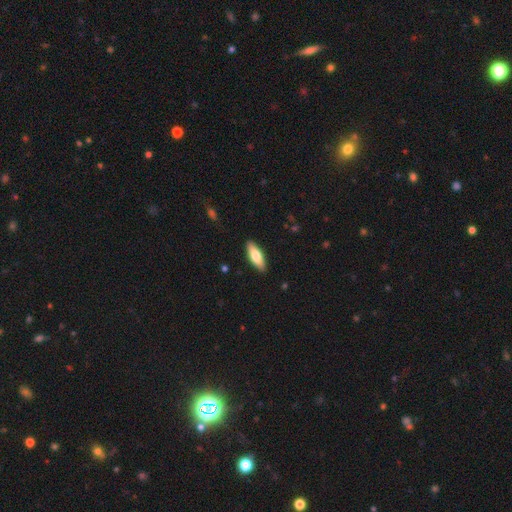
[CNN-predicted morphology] Smooth or featured? smooth (74%)
How rounded? in between (63%)
Merging? none (89%)